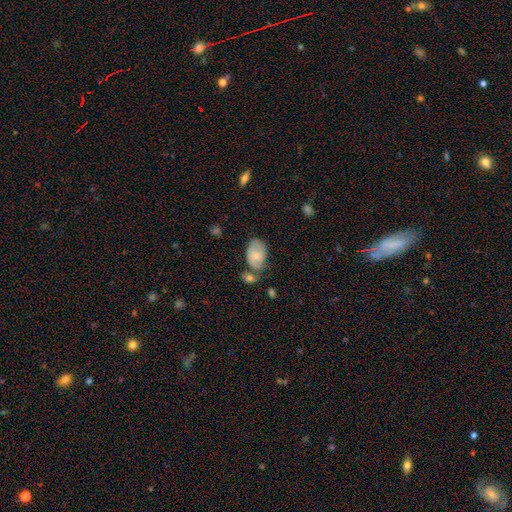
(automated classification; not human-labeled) smooth_or_featured: smooth (p=0.61) [alt: featured or disk p=0.32]
how_rounded: in between (p=0.88) [alt: round p=0.11]
merging: none (p=0.41) [alt: minor disturbance p=0.30]